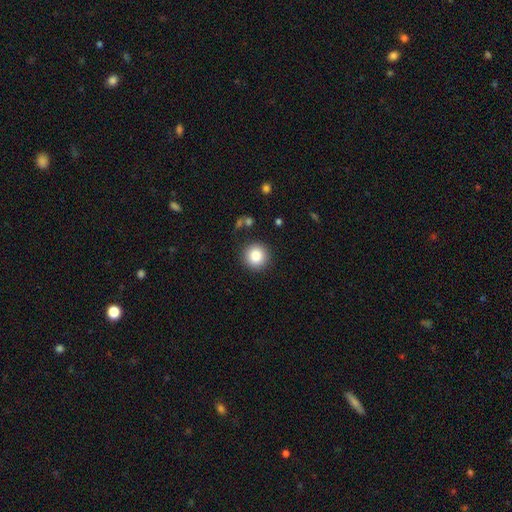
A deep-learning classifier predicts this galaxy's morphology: The model was most divided on "smooth or featured": smooth: 85%, star or artifact: 9%, featured or disk: 6%. More confident: how rounded — round (94%); merging — none (89%).